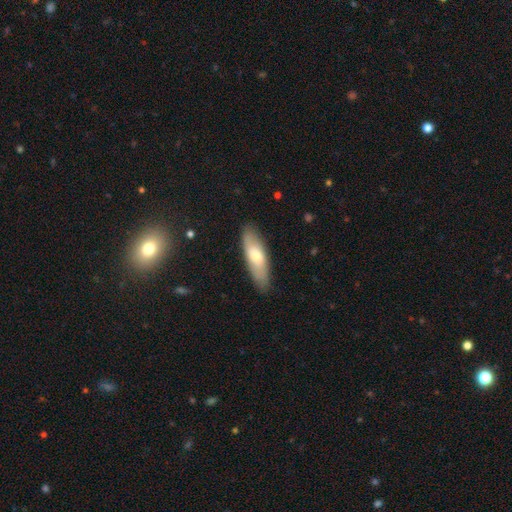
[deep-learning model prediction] A smooth galaxy with no disk features (62%) that is in between round and cigar-shaped (52%).

Vote fractions:
- Smooth or featured? smooth: 62% / featured or disk: 32% / star or artifact: 6%
- How rounded? in between: 52% / cigar-shaped: 46% / round: 2%
- Merging? none: 85% / minor disturbance: 11% / major disturbance: 2% / merger: 1%